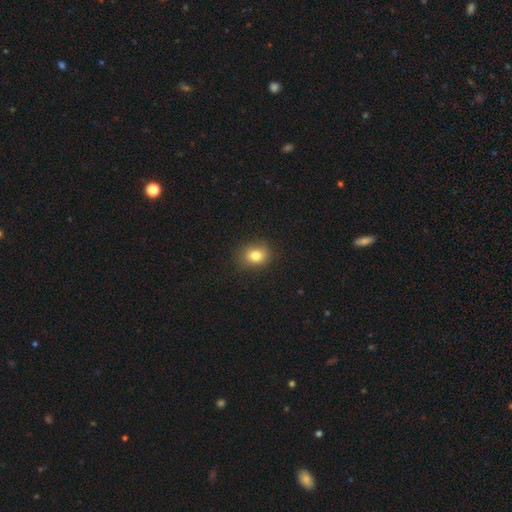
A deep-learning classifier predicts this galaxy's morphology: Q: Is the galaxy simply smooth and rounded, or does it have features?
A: smooth — 79%.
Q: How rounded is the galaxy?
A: round — 56%.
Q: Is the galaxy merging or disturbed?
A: none — 85%.